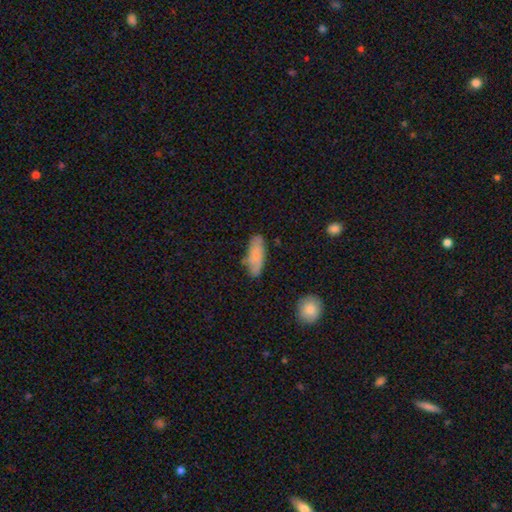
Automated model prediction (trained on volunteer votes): Q: Smooth or featured?
A: smooth (77%); runner-up: featured or disk (17%)
Q: How rounded?
A: in between (71%); runner-up: cigar-shaped (27%)
Q: Merging?
A: none (76%); runner-up: minor disturbance (18%)